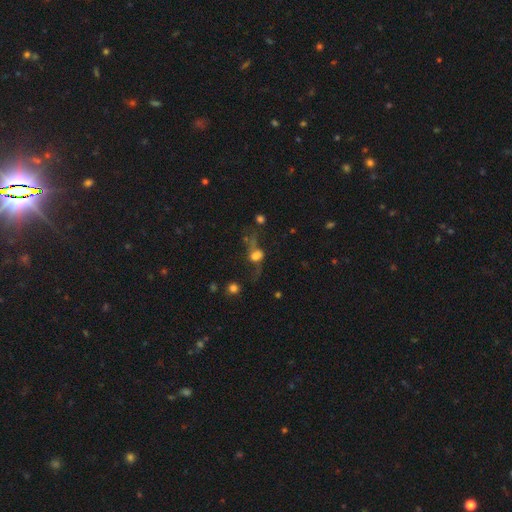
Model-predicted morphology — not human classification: smooth 43%, featured or disk 38%, star or artifact 19%. Down the decision tree: merging — none (37%).